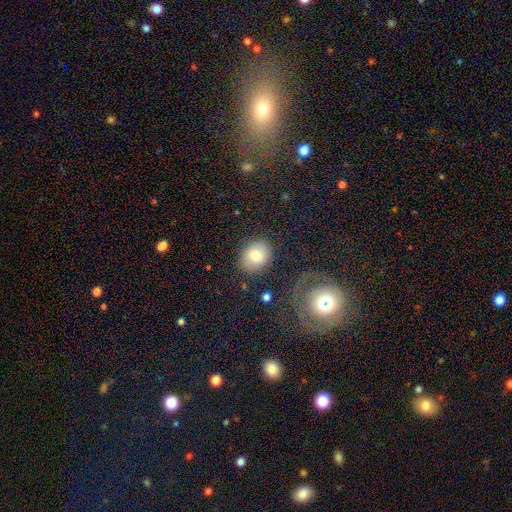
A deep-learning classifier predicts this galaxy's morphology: smooth_or_featured: smooth (p=0.75) [alt: featured or disk p=0.15]
how_rounded: round (p=0.57) [alt: in between p=0.42]
merging: none (p=0.83) [alt: minor disturbance p=0.11]